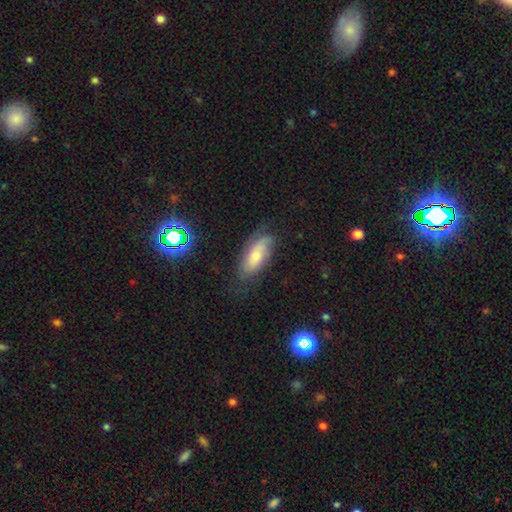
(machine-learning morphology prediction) This appears to be a smooth galaxy with no disk features (50%) that is in between round and cigar-shaped (80%). Merging: none (64%).